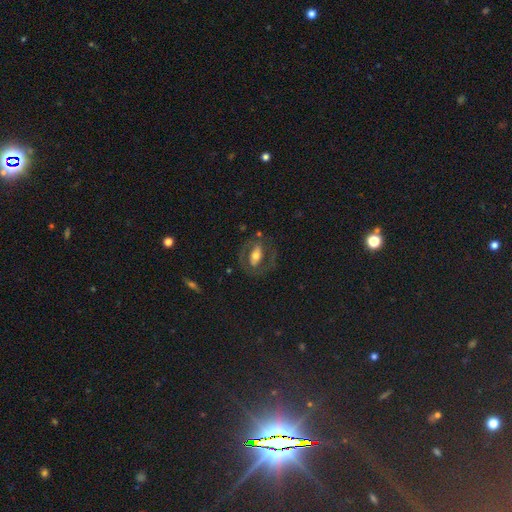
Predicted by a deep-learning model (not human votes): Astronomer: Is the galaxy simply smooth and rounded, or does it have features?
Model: featured or disk — 55% (runner-up: smooth, 37%).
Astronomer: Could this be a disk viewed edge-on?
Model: no — 89%.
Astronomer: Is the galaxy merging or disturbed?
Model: none — 65%.